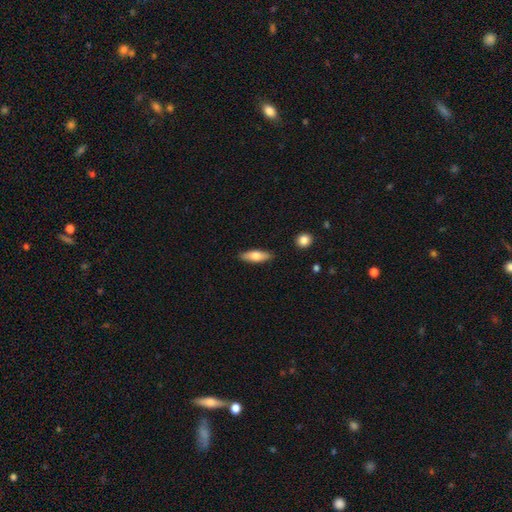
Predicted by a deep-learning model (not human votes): smooth-or-featured: smooth: 71% | featured or disk: 23% | star or artifact: 6%
  how-rounded: in between: 51% | cigar-shaped: 47% | round: 2%
  merging: none: 88% | minor disturbance: 9% | major disturbance: 2% | merger: 2%